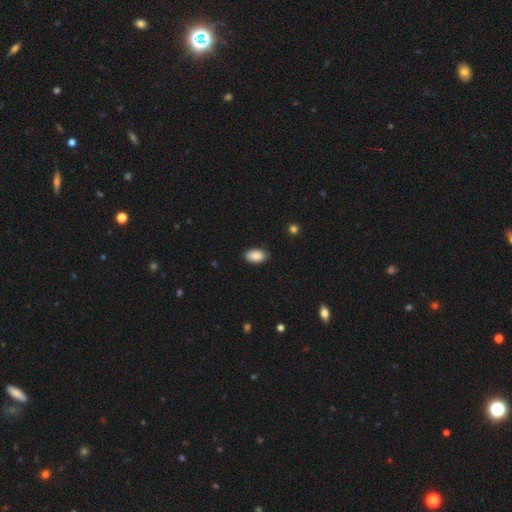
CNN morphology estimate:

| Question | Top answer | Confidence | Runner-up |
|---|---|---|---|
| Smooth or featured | smooth | 90% | star or artifact (7%) |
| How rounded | in between | 92% | round (6%) |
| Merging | none | 86% | minor disturbance (10%) |